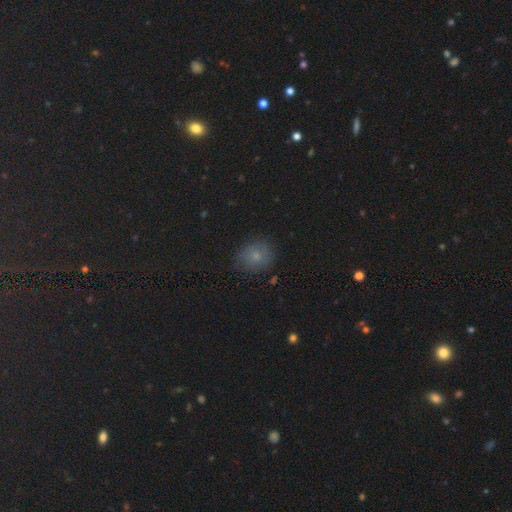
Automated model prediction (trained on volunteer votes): The model was most divided on "how rounded": round: 77%, in between: 22%, cigar-shaped: 1%. More confident: merging — none (78%); smooth or featured — smooth (71%).